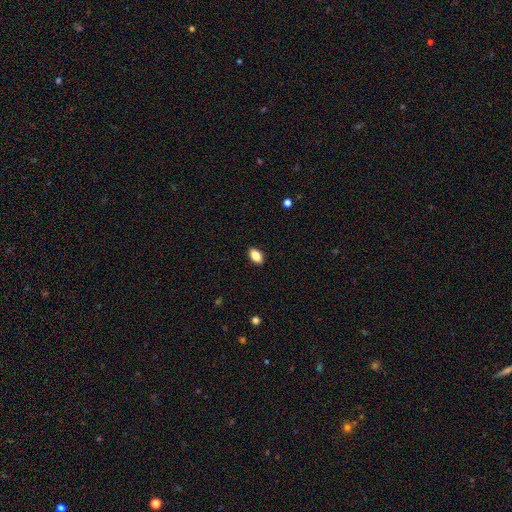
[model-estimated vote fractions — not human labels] The model was most divided on "smooth or featured": smooth: 84%, featured or disk: 8%, star or artifact: 8%. More confident: how rounded — in between (90%); merging — none (89%).